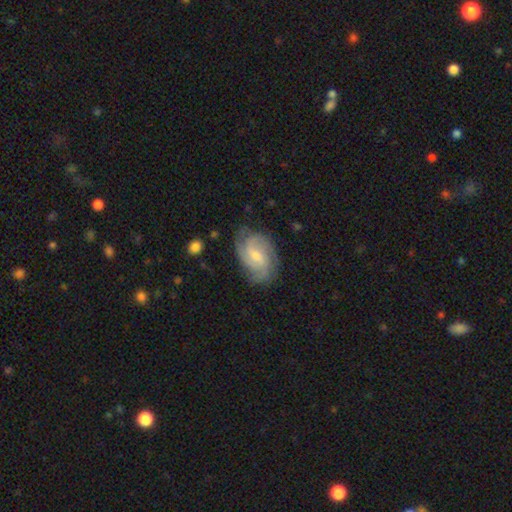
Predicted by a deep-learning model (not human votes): This appears to be a featured or disk galaxy (80%) with a weak bar (50%), 3 (37%) tight (46%) spiral arms (96%) and a small central bulge (52%). Merging: none (75%).